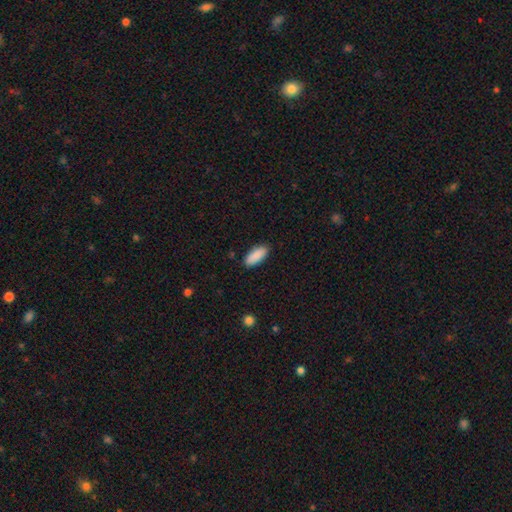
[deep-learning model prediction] The model was most divided on "how rounded": in between: 81%, cigar-shaped: 17%, round: 2%. More confident: smooth or featured — smooth (90%); merging — none (88%).